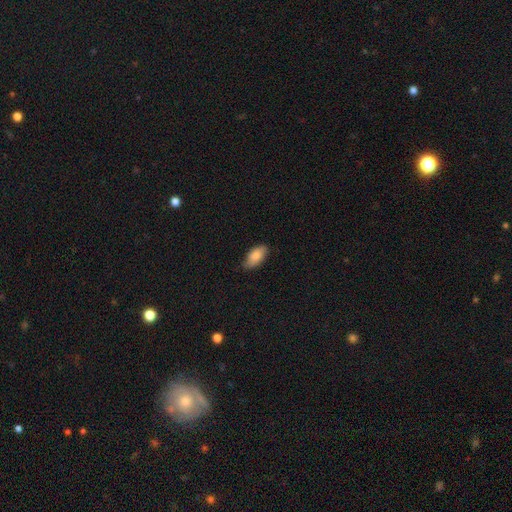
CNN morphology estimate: Overall: smooth (85%). How rounded: in between (91%). Merging: none (79%).